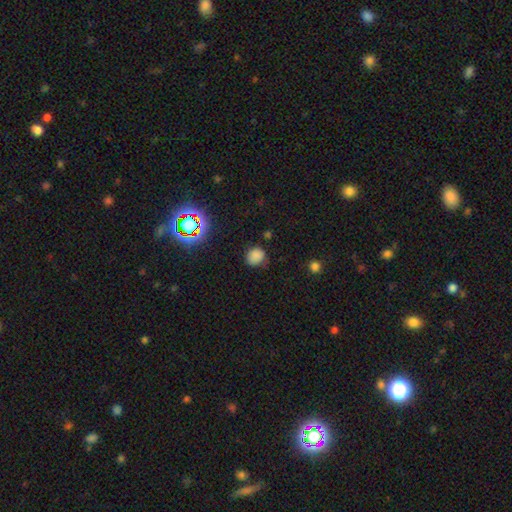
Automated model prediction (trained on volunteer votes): A smooth galaxy with no disk features (77%) that is round (75%).

Vote fractions:
- Smooth or featured? smooth: 77% / star or artifact: 17% / featured or disk: 6%
- How rounded? round: 75% / in between: 24% / cigar-shaped: 1%
- Merging? none: 76% / minor disturbance: 18% / major disturbance: 5% / merger: 2%